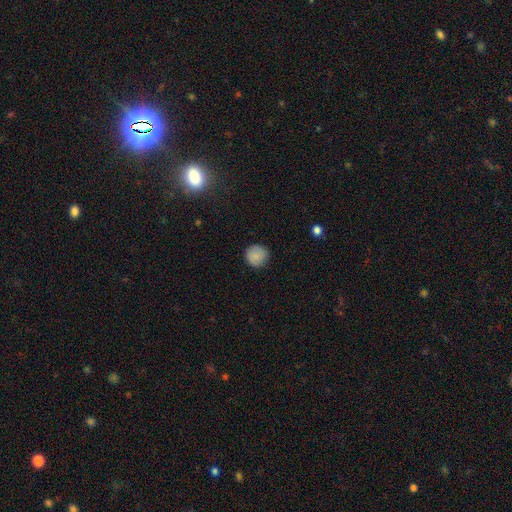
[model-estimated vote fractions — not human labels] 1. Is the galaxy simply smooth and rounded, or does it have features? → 84% smooth, 8% featured or disk, 8% star or artifact.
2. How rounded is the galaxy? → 93% round, 6% in between, 1% cigar-shaped.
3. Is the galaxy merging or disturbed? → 87% none, 10% minor disturbance, 2% major disturbance, 1% merger.